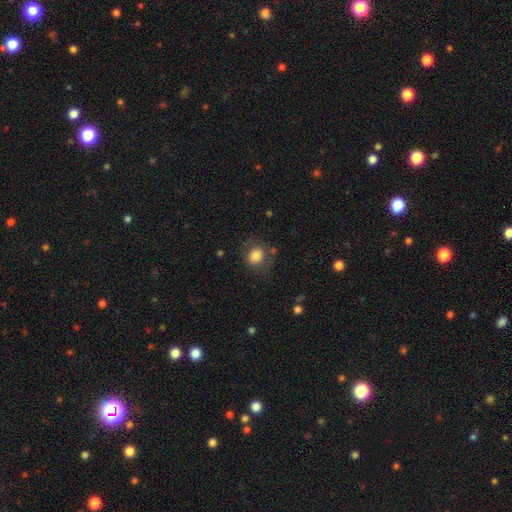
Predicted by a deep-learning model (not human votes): Smooth or featured? smooth (77%)
How rounded? round (66%)
Merging? none (70%)